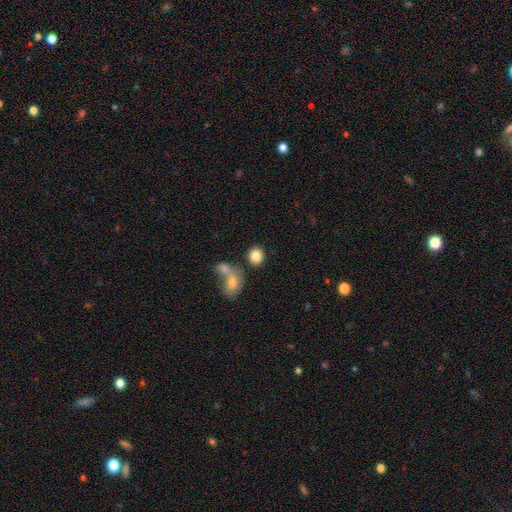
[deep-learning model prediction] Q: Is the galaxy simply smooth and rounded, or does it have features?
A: smooth — 82%.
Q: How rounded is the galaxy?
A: round — 73%.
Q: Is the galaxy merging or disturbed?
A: none — 70%.